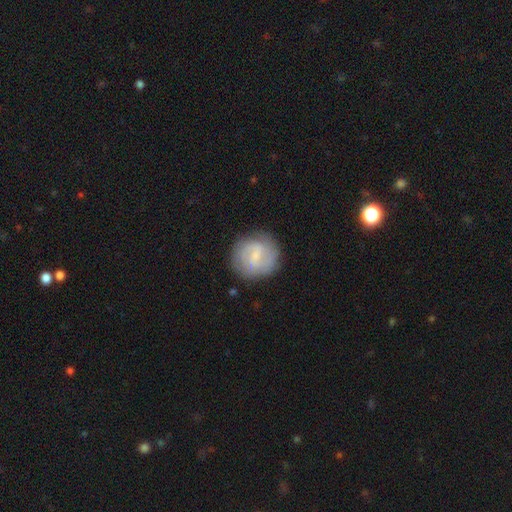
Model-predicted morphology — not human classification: A featured or disk galaxy (54%) with a weak bar (60%), spiral arms (80%) and a small central bulge (61%). Merging: none (79%).